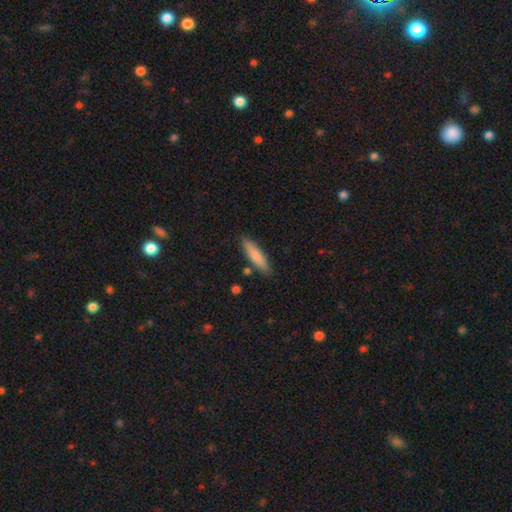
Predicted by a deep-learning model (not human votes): This is likely a smooth galaxy (79%). How rounded: clearly cigar-shaped (81%). Merging: clearly none (85%).